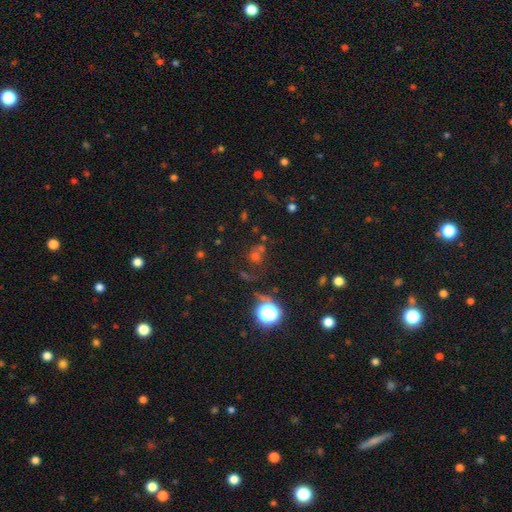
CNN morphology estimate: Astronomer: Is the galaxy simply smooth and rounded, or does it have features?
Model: star or artifact — 51% (runner-up: smooth, 36%).